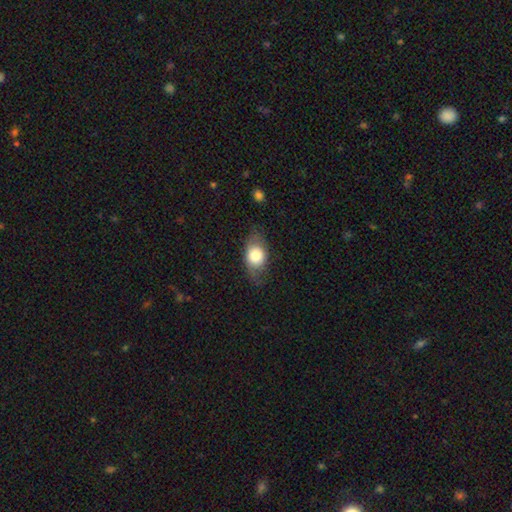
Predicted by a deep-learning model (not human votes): Overall: smooth (71%). How rounded: in between (77%). Merging: none (70%).